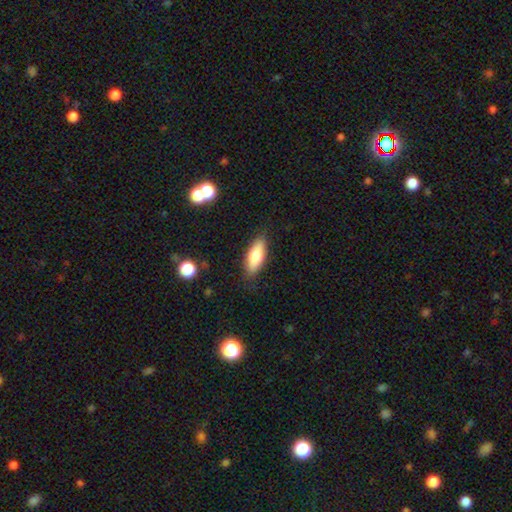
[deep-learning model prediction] Smooth or featured? smooth (73%)
How rounded? in between (67%)
Merging? none (85%)